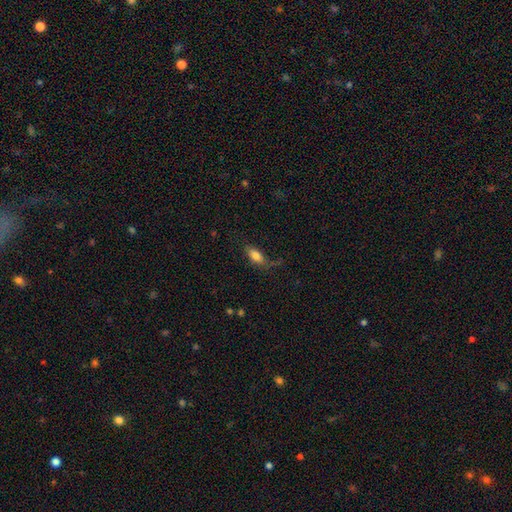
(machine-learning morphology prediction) Smooth or featured? smooth (79%)
How rounded? in between (84%)
Merging? none (61%)